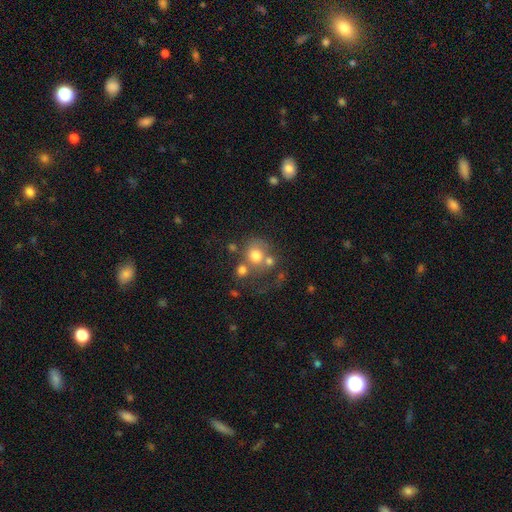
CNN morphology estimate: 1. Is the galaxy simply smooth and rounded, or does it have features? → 66% smooth, 21% featured or disk, 12% star or artifact.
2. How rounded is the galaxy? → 77% round, 23% in between, 1% cigar-shaped.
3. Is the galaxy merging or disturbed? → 39% merger, 36% none, 13% major disturbance, 13% minor disturbance.